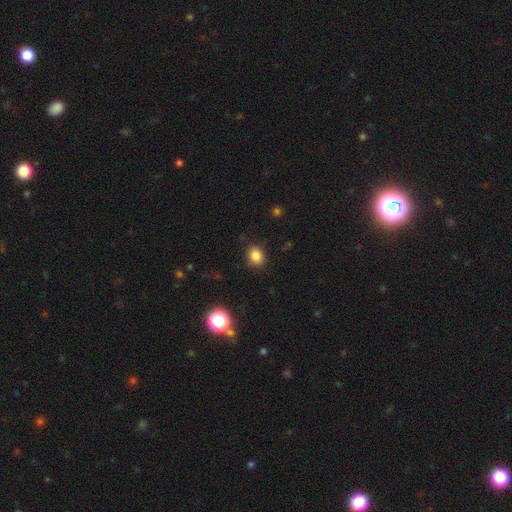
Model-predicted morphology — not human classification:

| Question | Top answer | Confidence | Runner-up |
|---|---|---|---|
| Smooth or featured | smooth | 83% | star or artifact (12%) |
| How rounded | round | 63% | in between (36%) |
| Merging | none | 87% | minor disturbance (9%) |